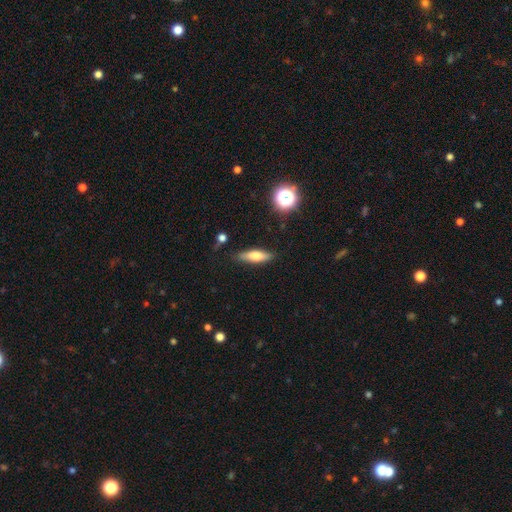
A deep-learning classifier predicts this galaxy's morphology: Smooth or featured: smooth — 64% (featured or disk — 28%)
How rounded: cigar-shaped — 54% (in between — 43%)
Merging: none — 83% (minor disturbance — 12%)